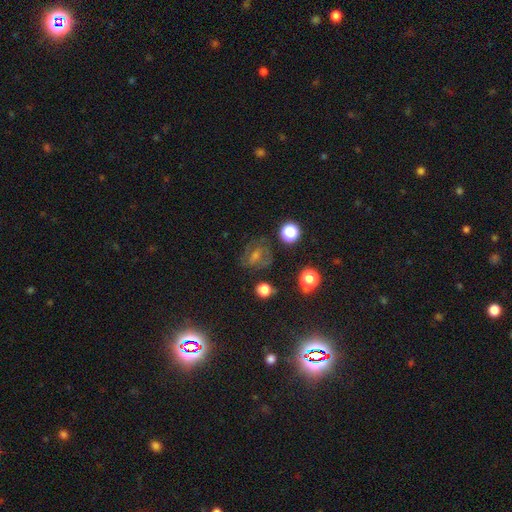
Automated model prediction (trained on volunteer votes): This appears to be a star or artifact, not a galaxy (36%).